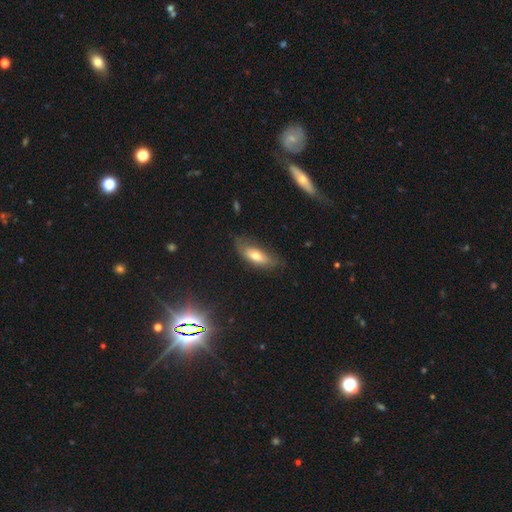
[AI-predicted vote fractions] The model was most divided on "smooth or featured": smooth: 64%, featured or disk: 28%, star or artifact: 8%. More confident: how rounded — in between (71%); merging — none (65%).